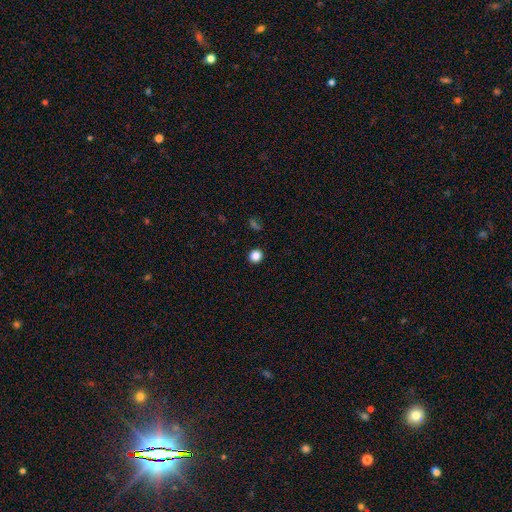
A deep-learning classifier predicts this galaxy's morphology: smooth_or_featured: smooth (p=0.85) [alt: star or artifact p=0.12]
how_rounded: round (p=0.93) [alt: in between p=0.06]
merging: none (p=0.93) [alt: minor disturbance p=0.04]